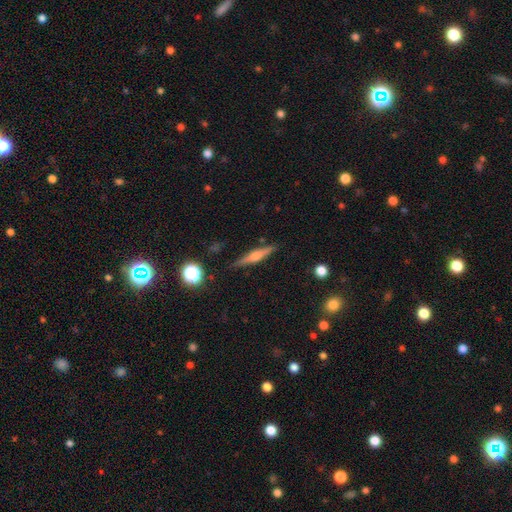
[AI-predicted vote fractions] Smooth or featured? featured or disk (66%)
Edge-on disk? yes (98%)
Edge-on bulge? rounded (84%)
Merging? none (89%)